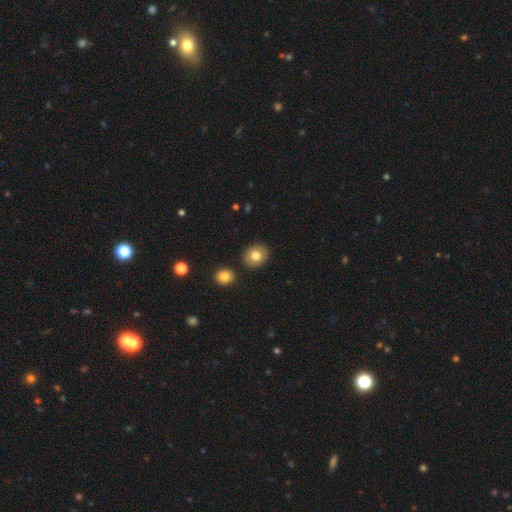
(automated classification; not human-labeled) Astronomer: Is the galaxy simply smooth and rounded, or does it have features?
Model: smooth — 81%.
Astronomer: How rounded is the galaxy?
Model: round — 66%.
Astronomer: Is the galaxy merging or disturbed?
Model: none — 87%.